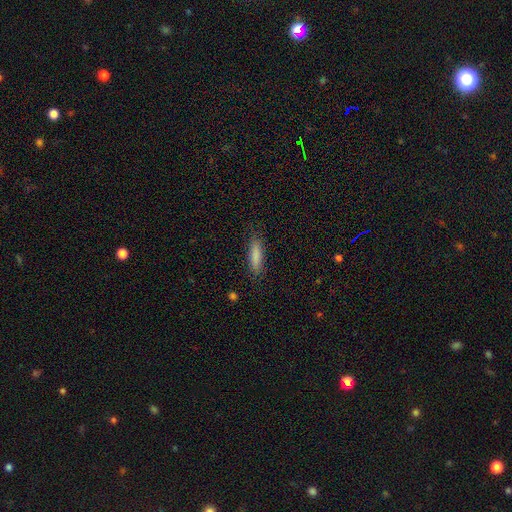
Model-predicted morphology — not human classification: smooth_or_featured: smooth (p=0.85) [alt: featured or disk p=0.08]
how_rounded: cigar-shaped (p=0.67) [alt: in between p=0.32]
merging: none (p=0.83) [alt: minor disturbance p=0.12]